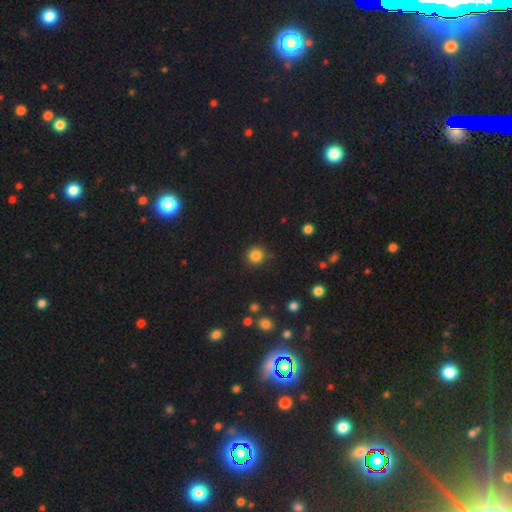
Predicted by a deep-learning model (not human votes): This is clearly a smooth galaxy (84%). How rounded: clearly round (94%). Merging: clearly none (87%).